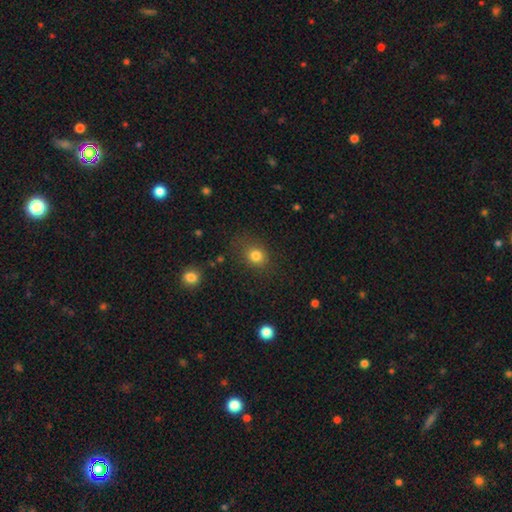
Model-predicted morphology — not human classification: smooth-or-featured: smooth: 81% | star or artifact: 13% | featured or disk: 6%
  how-rounded: round: 65% | in between: 34% | cigar-shaped: 1%
  merging: none: 75% | minor disturbance: 16% | major disturbance: 7% | merger: 2%